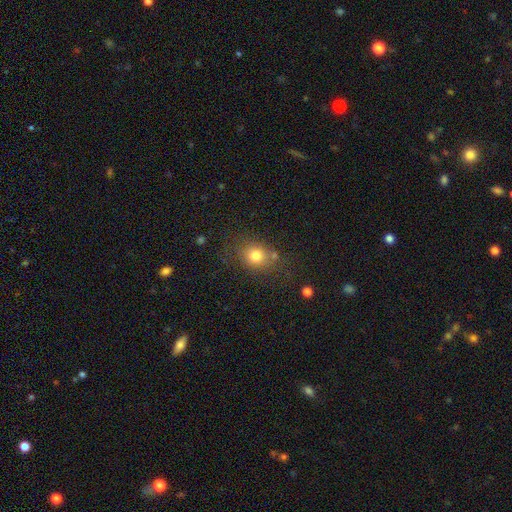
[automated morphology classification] smooth-or-featured: smooth: 78% | star or artifact: 13% | featured or disk: 10%
  how-rounded: round: 64% | in between: 35% | cigar-shaped: 1%
  merging: none: 71% | minor disturbance: 16% | major disturbance: 7% | merger: 6%